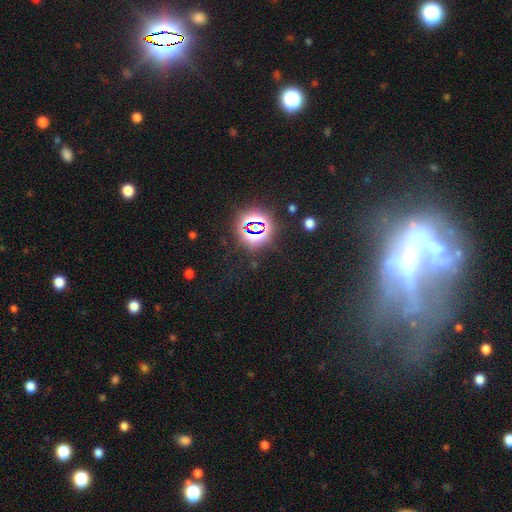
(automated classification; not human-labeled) featured or disk 43%, star or artifact 39%, smooth 19%. Down the decision tree: merging — none (34%).